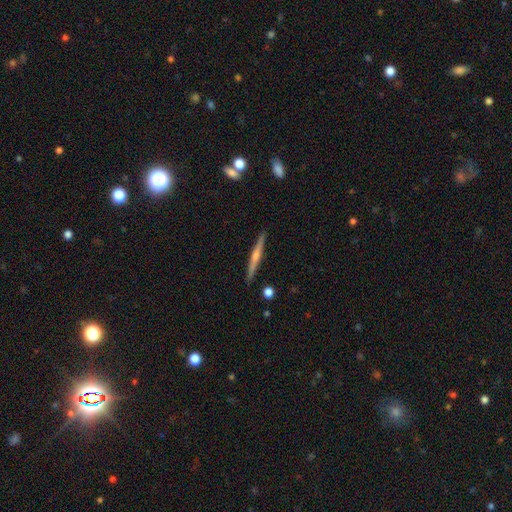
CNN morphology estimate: Smooth or featured? featured or disk (69%)
Edge-on disk? yes (98%)
Edge-on bulge? rounded (76%)
Merging? none (91%)